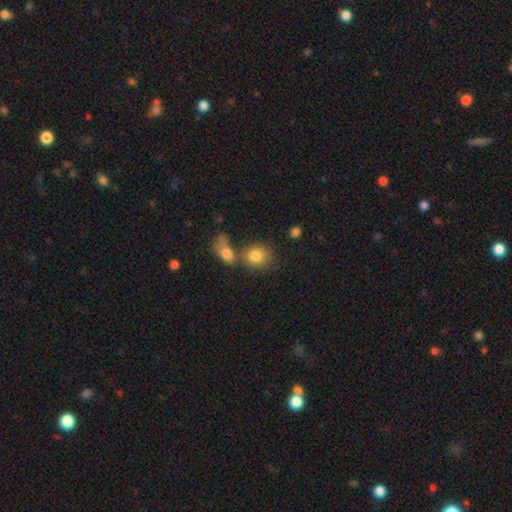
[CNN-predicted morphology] smooth_or_featured: smooth (p=0.81) [alt: featured or disk p=0.10]
how_rounded: round (p=0.69) [alt: in between p=0.30]
merging: none (p=0.45) [alt: merger p=0.38]